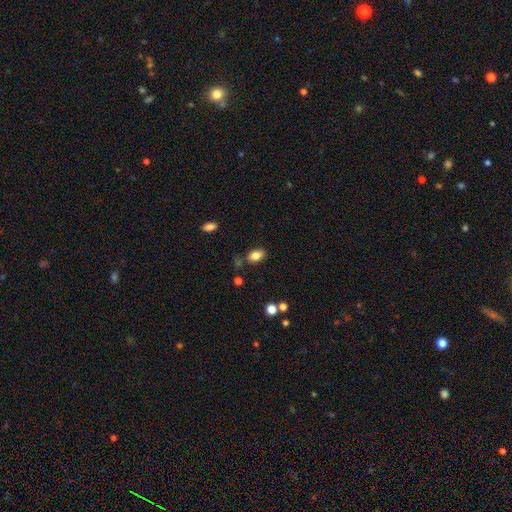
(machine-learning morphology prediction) A smooth galaxy with no disk features (83%) that is in between round and cigar-shaped (88%). Merging: none (78%).